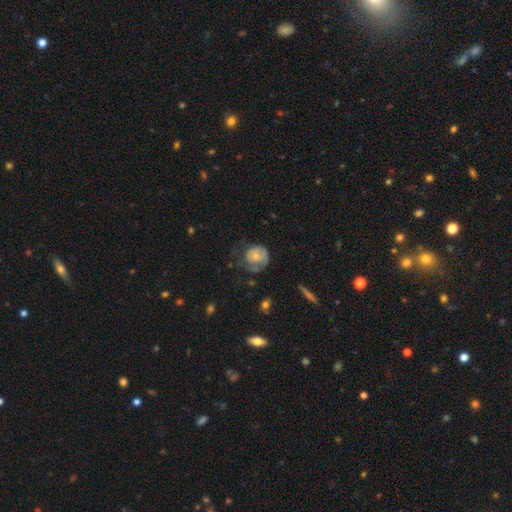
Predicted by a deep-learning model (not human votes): This is possibly a smooth galaxy (56%). How rounded: likely round (73%). Merging: marginally none (36%).